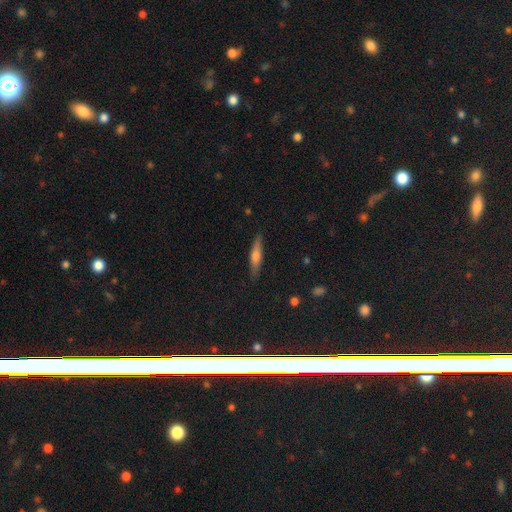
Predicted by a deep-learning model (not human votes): smooth 57%, featured or disk 37%, star or artifact 6%. Down the decision tree: how rounded — cigar-shaped (84%); merging — none (87%).